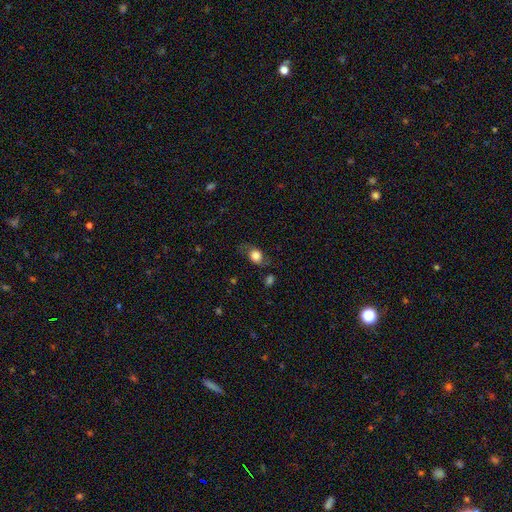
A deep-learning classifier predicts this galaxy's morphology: A smooth galaxy with no disk features (73%) that is in between round and cigar-shaped (56%). Merging: none (57%).